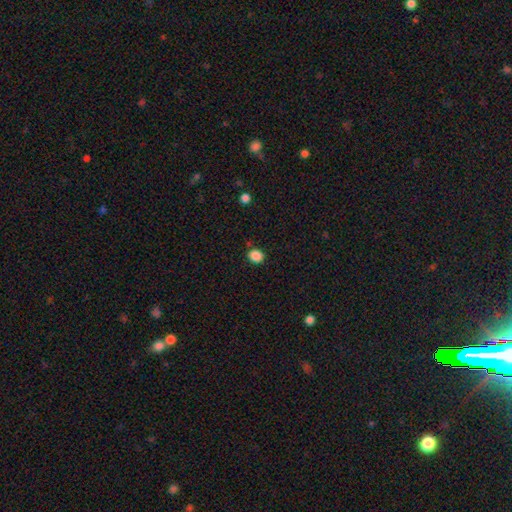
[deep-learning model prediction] smooth 87%, star or artifact 10%, featured or disk 3%. Down the decision tree: how rounded — round (59%); merging — none (83%).